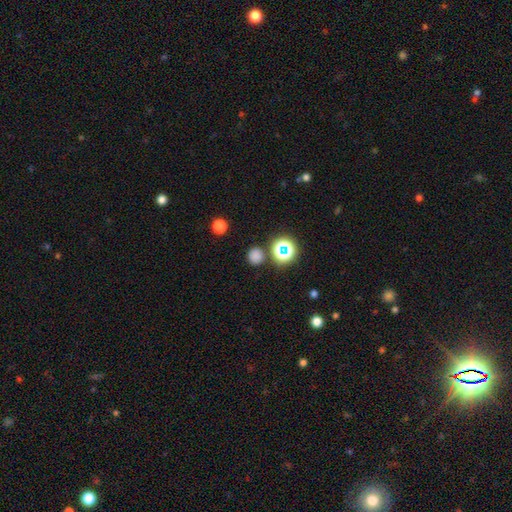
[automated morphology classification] A smooth galaxy with no disk features (72%) that is round (91%).

Vote fractions:
- Smooth or featured? smooth: 72% / star or artifact: 23% / featured or disk: 5%
- How rounded? round: 91% / in between: 8% / cigar-shaped: 1%
- Merging? none: 85% / minor disturbance: 8% / merger: 5% / major disturbance: 3%